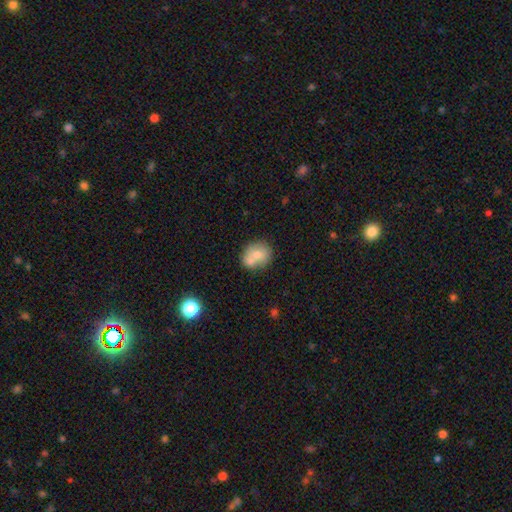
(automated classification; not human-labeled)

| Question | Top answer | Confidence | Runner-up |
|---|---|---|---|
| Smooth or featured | smooth | 69% | featured or disk (23%) |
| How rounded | round | 70% | in between (29%) |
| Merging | none | 47% | merger (35%) |